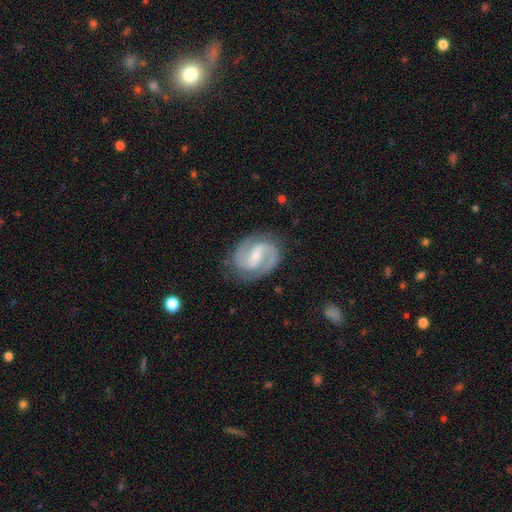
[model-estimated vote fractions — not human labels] smooth-or-featured: featured or disk: 89% | smooth: 7% | star or artifact: 4%
  disk-edge-on: no: 98% | yes: 2%
    bar: weak: 46% | strong: 41% | no: 13%
    has-spiral-arms: yes: 97% | no: 3%
      spiral-winding: medium: 55% | tight: 30% | loose: 15%
      spiral-arm-count: 2: 92% | can't tell: 3% | 1: 2% | 3: 1% | 4: 1% | more than 4: 1%
    bulge-size: small: 54% | moderate: 33% | none: 9% | large: 3% | dominant: 1%
  merging: none: 82% | minor disturbance: 13% | major disturbance: 4% | merger: 1%